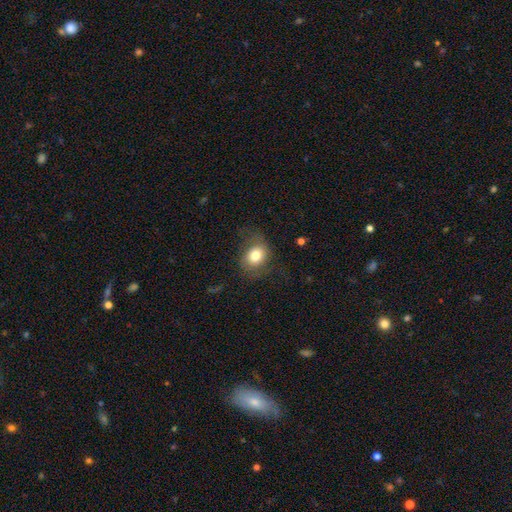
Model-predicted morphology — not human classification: Smooth or featured? Predicted: smooth (p=0.70). How rounded? Predicted: in between (p=0.51). Merging? Predicted: none (p=0.61).